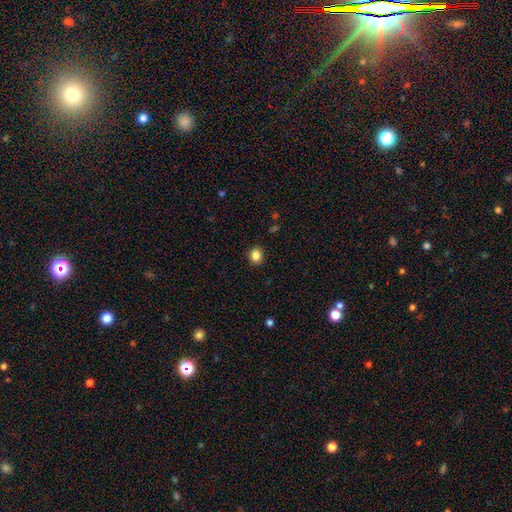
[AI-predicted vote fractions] Overall: smooth (85%). How rounded: round (67%; in between 32%). Merging: none (90%).